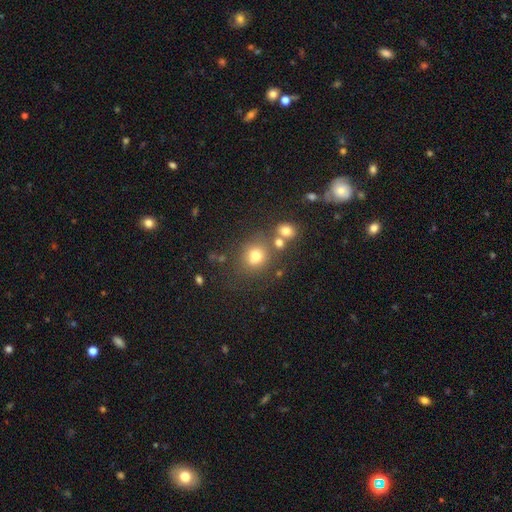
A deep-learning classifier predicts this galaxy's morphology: Q: Smooth or featured?
A: smooth (73%); runner-up: star or artifact (16%)
Q: How rounded?
A: round (78%); runner-up: in between (21%)
Q: Merging?
A: none (62%); runner-up: merger (20%)